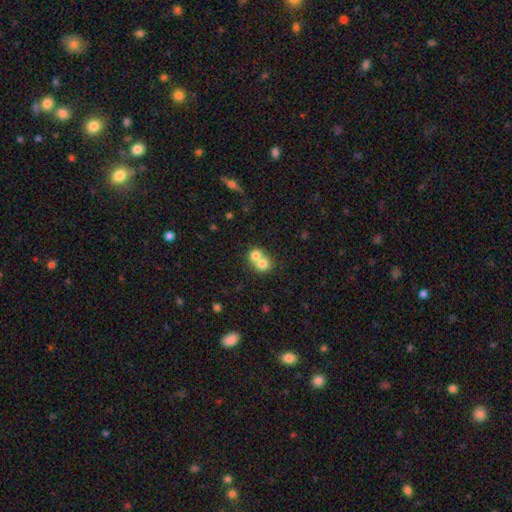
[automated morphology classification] Overall: smooth (74%). How rounded: round (75%). Merging: merger (70%).